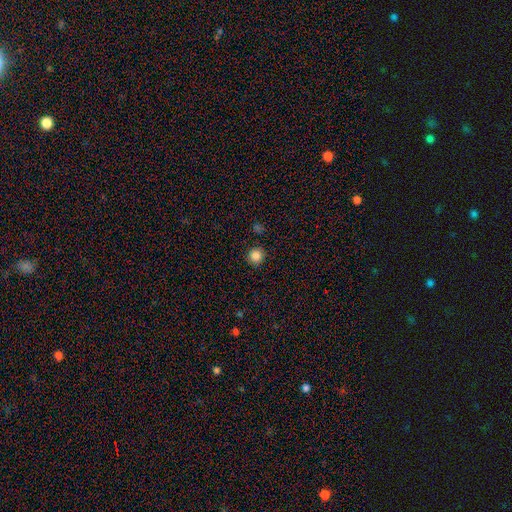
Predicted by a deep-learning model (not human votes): Morphology: type=smooth (85%); roundness=round (94%); merging=none (92%).